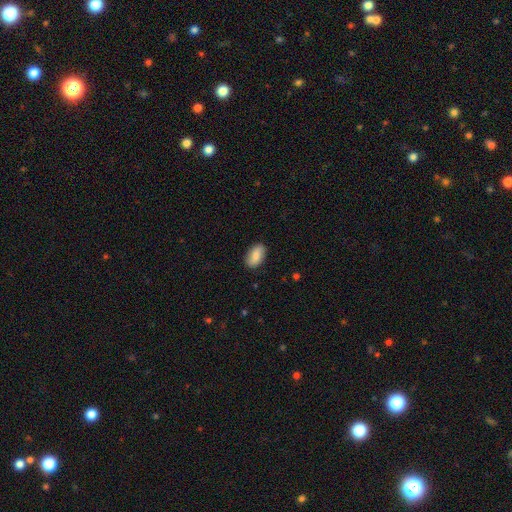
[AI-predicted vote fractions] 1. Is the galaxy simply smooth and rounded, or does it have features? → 77% smooth, 16% featured or disk, 7% star or artifact.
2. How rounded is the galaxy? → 93% in between, 5% round, 2% cigar-shaped.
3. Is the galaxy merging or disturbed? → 85% none, 11% minor disturbance, 2% major disturbance, 1% merger.